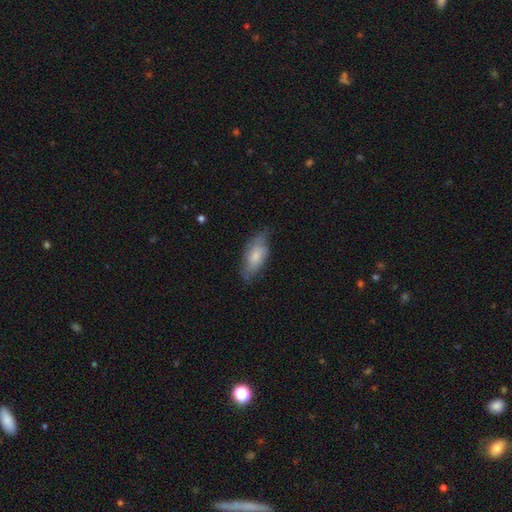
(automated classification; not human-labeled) smooth_or_featured: smooth (p=0.66) [alt: featured or disk p=0.28]
how_rounded: in between (p=0.83) [alt: cigar-shaped p=0.14]
merging: none (p=0.62) [alt: minor disturbance p=0.29]